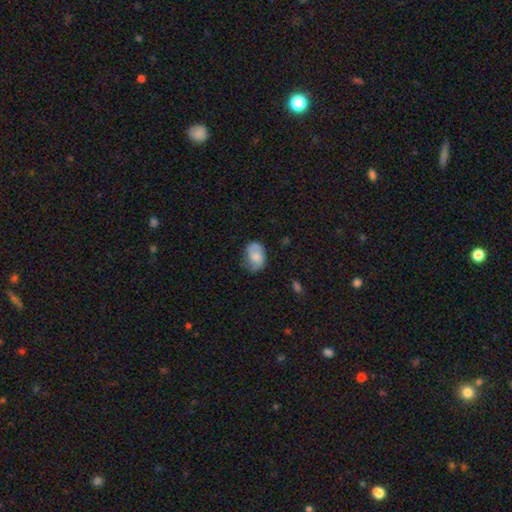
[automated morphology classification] A smooth galaxy with no disk features (61%) that is in between round and cigar-shaped (78%).

Vote fractions:
- Smooth or featured? smooth: 61% / featured or disk: 32% / star or artifact: 8%
- How rounded? in between: 78% / round: 21% / cigar-shaped: 1%
- Merging? none: 58% / minor disturbance: 30% / major disturbance: 10% / merger: 2%